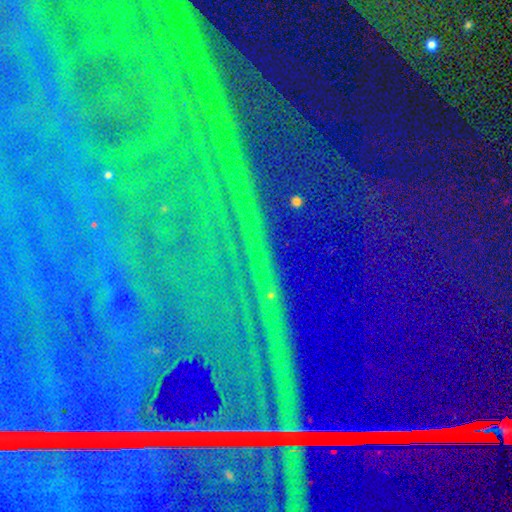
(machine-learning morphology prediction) Smooth or featured? Predicted: star or artifact (p=0.90).